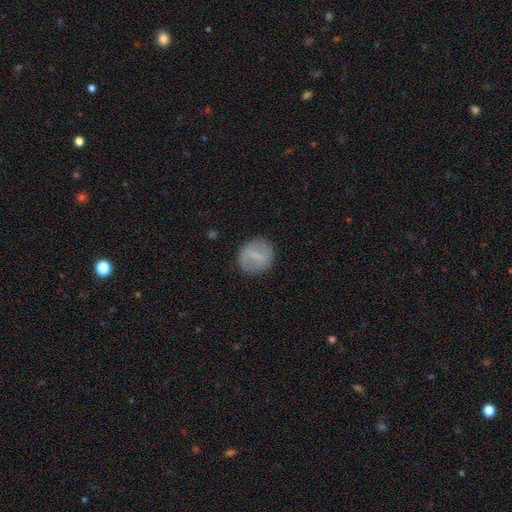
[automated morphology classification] Overall: smooth (52%; featured or disk 40%). How rounded: round (76%). Merging: none (83%).